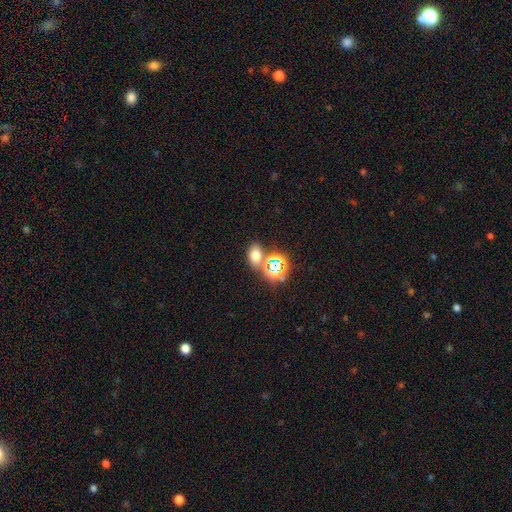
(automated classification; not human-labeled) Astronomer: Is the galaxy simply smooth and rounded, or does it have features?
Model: smooth — 62%.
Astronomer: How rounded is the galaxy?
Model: in between — 71%.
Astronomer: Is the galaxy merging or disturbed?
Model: none — 67%.